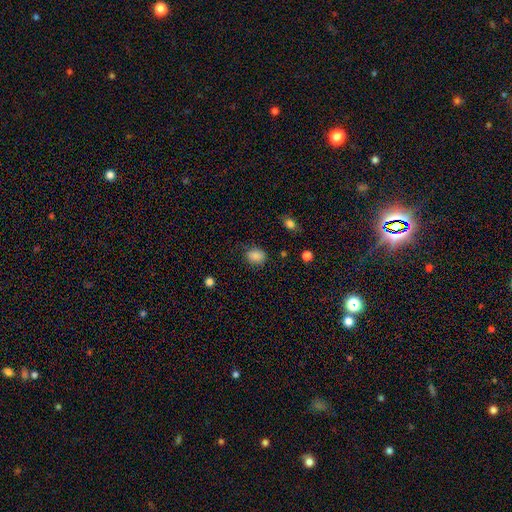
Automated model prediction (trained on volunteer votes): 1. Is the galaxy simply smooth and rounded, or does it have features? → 87% smooth, 9% star or artifact, 4% featured or disk.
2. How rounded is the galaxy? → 60% in between, 39% round, 1% cigar-shaped.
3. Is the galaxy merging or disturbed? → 76% none, 18% minor disturbance, 4% major disturbance, 2% merger.